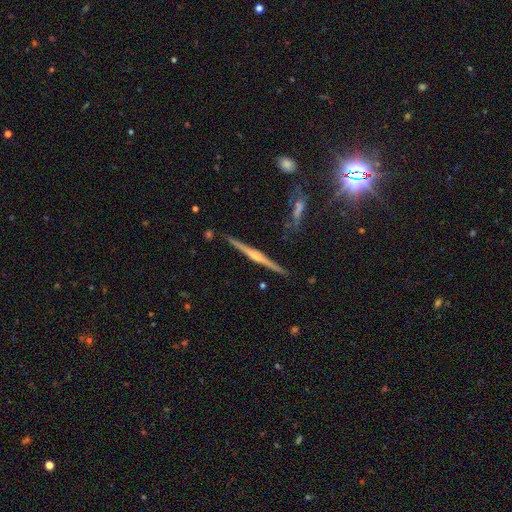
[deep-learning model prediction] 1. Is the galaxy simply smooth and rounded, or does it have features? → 78% featured or disk, 15% smooth, 7% star or artifact.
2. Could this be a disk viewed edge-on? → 98% yes, 2% no.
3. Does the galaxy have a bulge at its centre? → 76% rounded, 13% none, 10% boxy.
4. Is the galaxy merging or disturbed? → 90% none, 7% minor disturbance, 2% merger, 1% major disturbance.